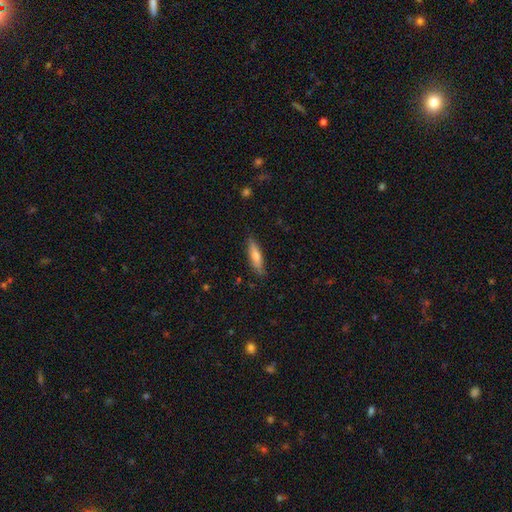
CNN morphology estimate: Smooth or featured?
  - smooth: 68% *
  - featured or disk: 26%
  - star or artifact: 6%
How rounded?
  - cigar-shaped: 73% *
  - in between: 26%
  - round: 2%
Merging?
  - none: 84% *
  - minor disturbance: 12%
  - major disturbance: 2%
  - merger: 1%